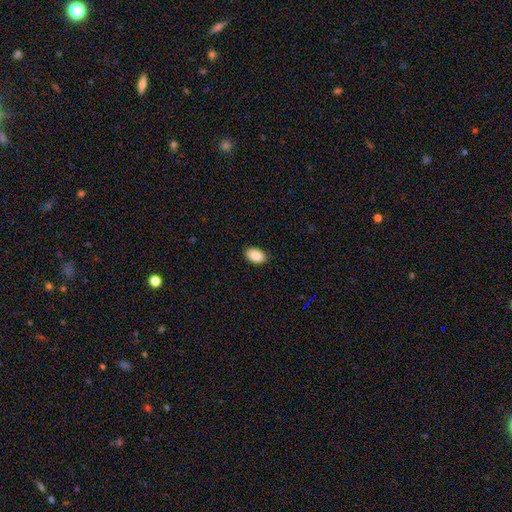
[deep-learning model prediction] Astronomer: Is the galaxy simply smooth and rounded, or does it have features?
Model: smooth — 89%.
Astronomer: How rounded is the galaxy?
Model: in between — 91%.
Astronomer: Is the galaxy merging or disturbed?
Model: none — 88%.